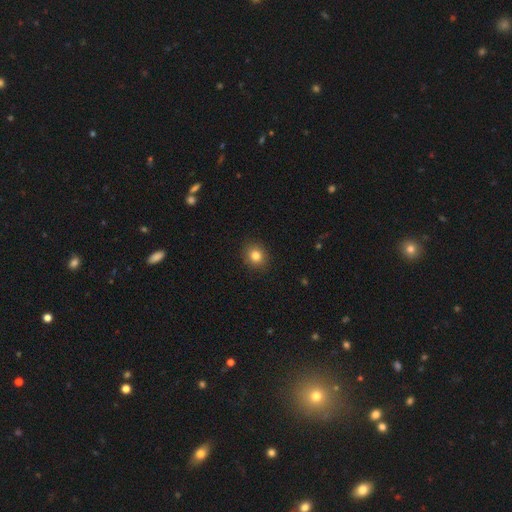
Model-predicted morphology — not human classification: A smooth galaxy with no disk features (82%) that is round (80%).

Vote fractions:
- Smooth or featured? smooth: 82% / star or artifact: 11% / featured or disk: 6%
- How rounded? round: 80% / in between: 19% / cigar-shaped: 1%
- Merging? none: 90% / minor disturbance: 7% / major disturbance: 2% / merger: 1%